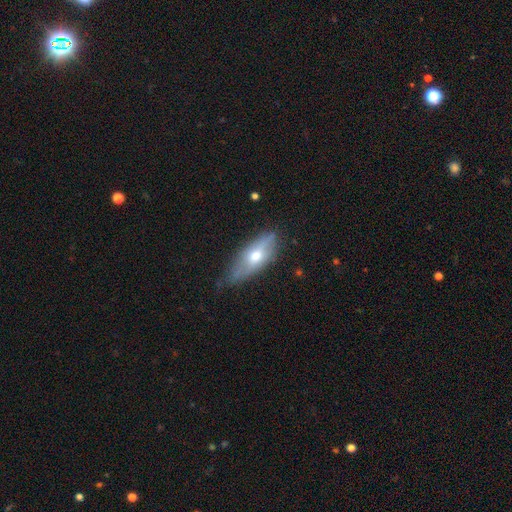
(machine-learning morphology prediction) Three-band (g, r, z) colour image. It shows a smooth galaxy with no disk features (52%) that is in between round and cigar-shaped (68%). Merging: none (63%).